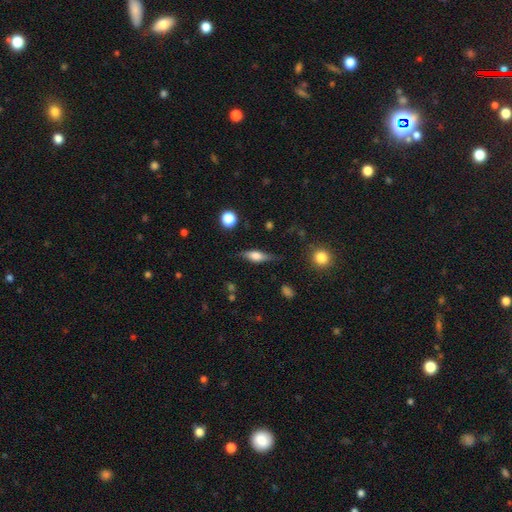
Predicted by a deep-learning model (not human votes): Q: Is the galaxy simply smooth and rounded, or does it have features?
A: smooth — 52%.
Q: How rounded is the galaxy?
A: in between — 57%.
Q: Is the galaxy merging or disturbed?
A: none — 74%.